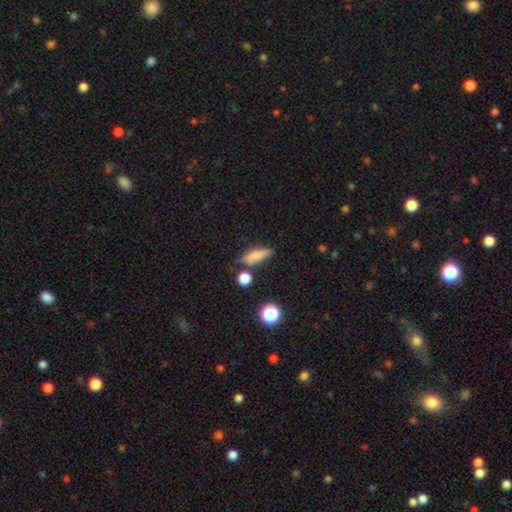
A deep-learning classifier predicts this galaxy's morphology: Smooth or featured: smooth — 78% (featured or disk — 13%)
How rounded: in between — 55% (cigar-shaped — 39%)
Merging: none — 67% (minor disturbance — 19%)